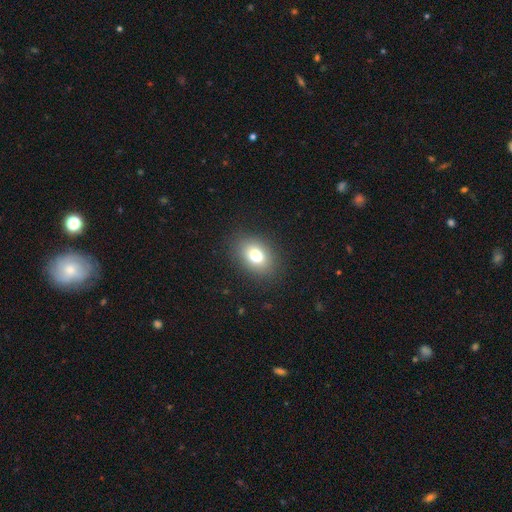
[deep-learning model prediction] smooth 78%, star or artifact 11%, featured or disk 11%. Down the decision tree: how rounded — in between (75%); merging — none (86%).